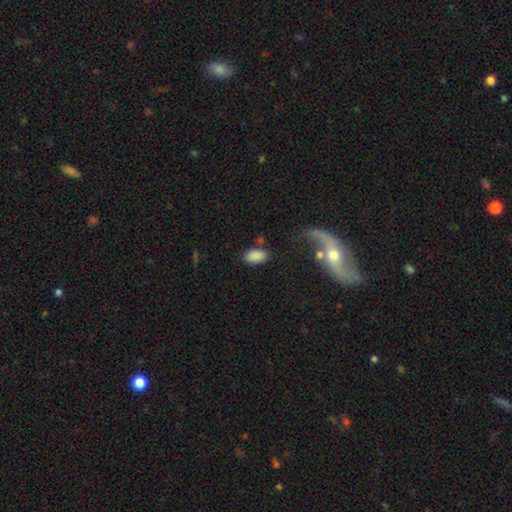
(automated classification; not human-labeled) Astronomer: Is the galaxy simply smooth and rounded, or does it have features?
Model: smooth — 86%.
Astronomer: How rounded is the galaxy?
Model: in between — 94%.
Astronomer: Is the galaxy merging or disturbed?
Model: none — 76%.